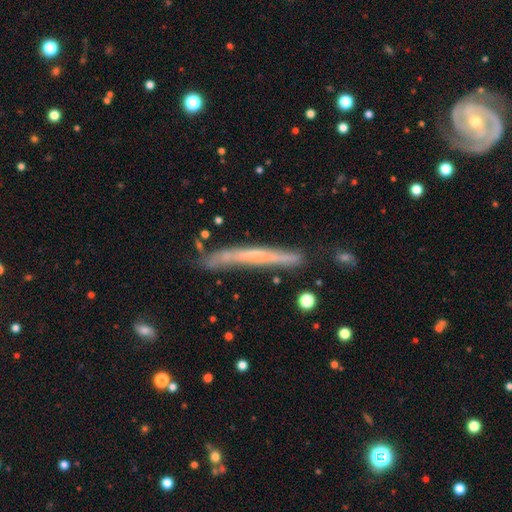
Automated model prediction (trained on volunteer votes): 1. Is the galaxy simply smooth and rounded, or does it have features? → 55% featured or disk, 37% smooth, 8% star or artifact.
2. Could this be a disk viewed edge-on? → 89% yes, 11% no.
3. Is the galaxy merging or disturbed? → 72% none, 20% minor disturbance, 4% major disturbance, 3% merger.